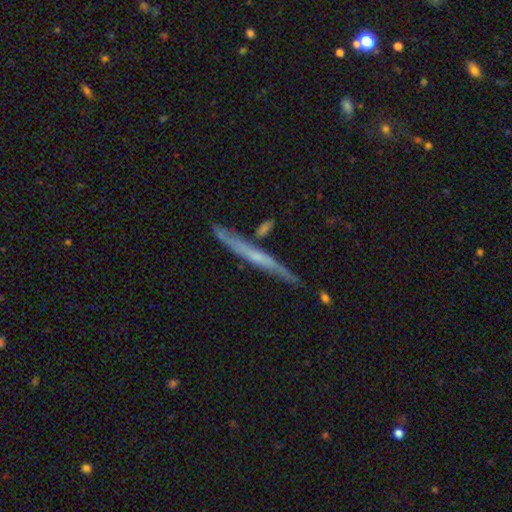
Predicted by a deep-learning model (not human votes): The model was most divided on "smooth or featured": featured or disk: 62%, smooth: 31%, star or artifact: 6%. More confident: edge-on disk — yes (94%); merging — none (79%); edge-on bulge — none (68%).